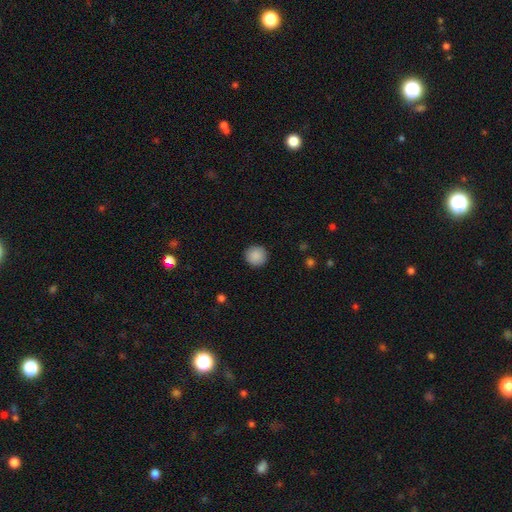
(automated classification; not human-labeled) The model was most divided on "smooth or featured": smooth: 89%, star or artifact: 8%, featured or disk: 3%. More confident: how rounded — round (95%); merging — none (92%).